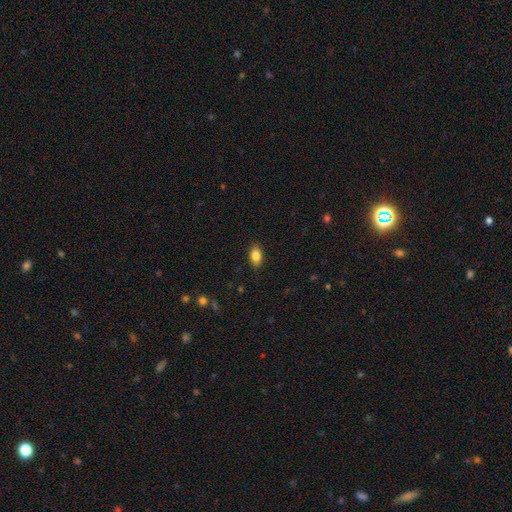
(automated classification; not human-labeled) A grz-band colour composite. It shows a smooth galaxy with no disk features (85%) that is in between round and cigar-shaped (88%). Merging: none (87%).